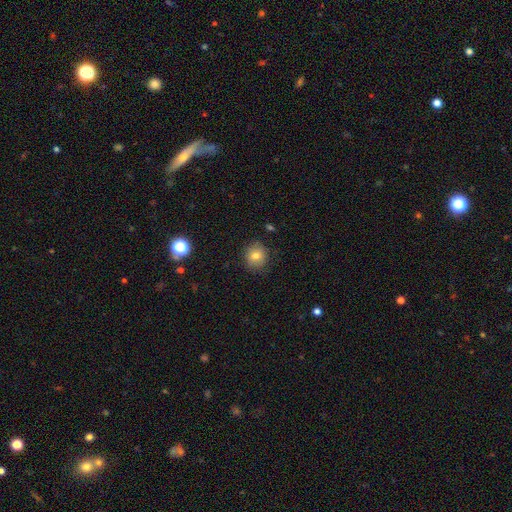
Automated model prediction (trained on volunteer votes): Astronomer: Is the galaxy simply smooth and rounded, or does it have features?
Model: smooth — 78%.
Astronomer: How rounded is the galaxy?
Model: round — 80%.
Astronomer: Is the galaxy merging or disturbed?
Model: none — 84%.